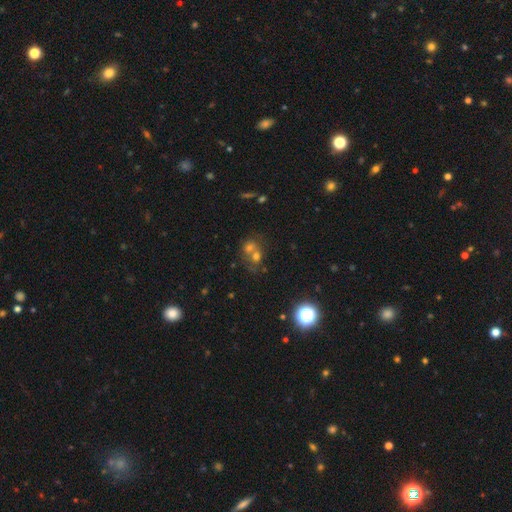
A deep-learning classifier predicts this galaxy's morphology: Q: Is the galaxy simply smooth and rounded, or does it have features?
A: smooth — 52%.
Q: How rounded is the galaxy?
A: round — 73%.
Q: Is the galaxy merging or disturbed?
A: merger — 58%.